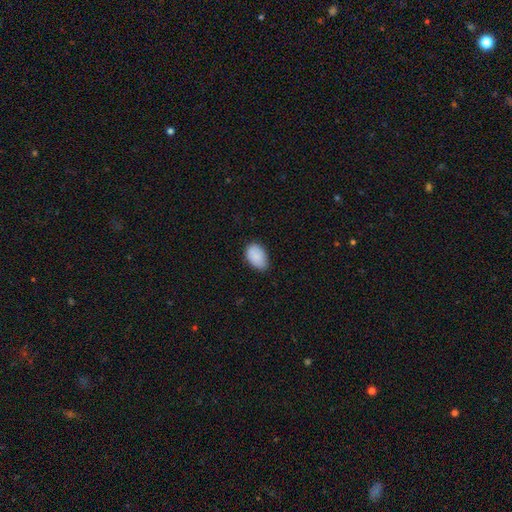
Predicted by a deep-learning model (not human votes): Smooth or featured? smooth (89%)
How rounded? in between (90%)
Merging? none (74%)